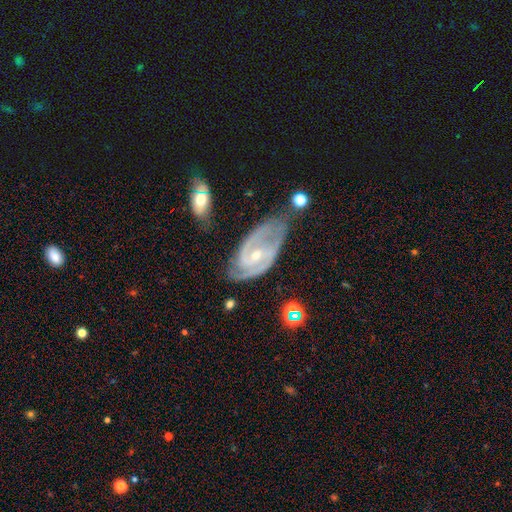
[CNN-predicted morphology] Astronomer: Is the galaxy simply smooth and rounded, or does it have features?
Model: featured or disk — 89%.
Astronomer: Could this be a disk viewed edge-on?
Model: no — 96%.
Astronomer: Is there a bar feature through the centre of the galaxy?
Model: weak — 43% (runner-up: no, 40%).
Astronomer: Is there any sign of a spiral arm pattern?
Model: yes — 97%.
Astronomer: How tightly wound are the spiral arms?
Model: tight — 49% (runner-up: medium, 42%).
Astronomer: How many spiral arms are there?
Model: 2 — 73%.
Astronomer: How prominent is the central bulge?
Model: small — 62%.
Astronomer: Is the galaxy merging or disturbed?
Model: none — 60%.